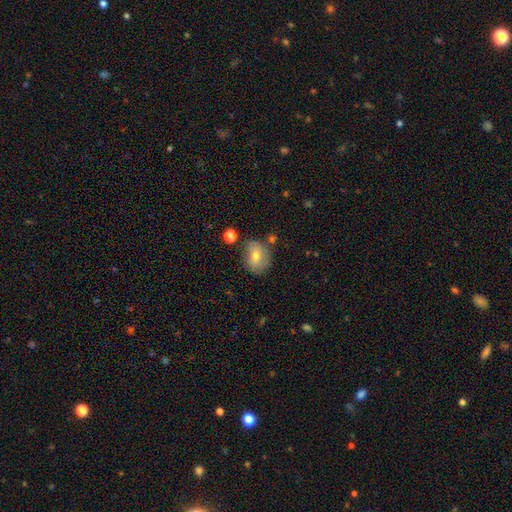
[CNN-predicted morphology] A smooth galaxy with no disk features (67%) that is round (54%). Merging: none (67%).